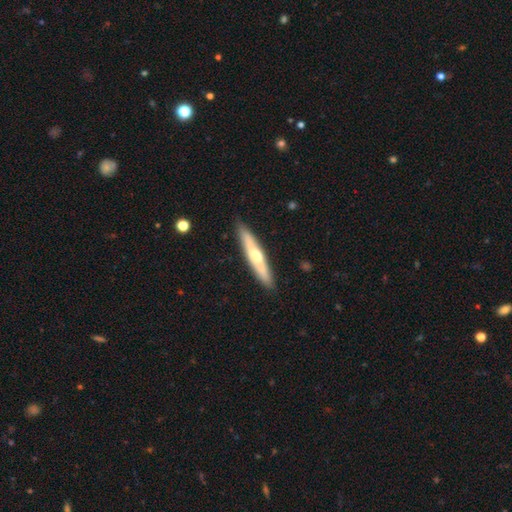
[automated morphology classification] Q: Smooth or featured?
A: featured or disk (48%); runner-up: smooth (47%)
Q: Merging?
A: none (89%); runner-up: minor disturbance (9%)